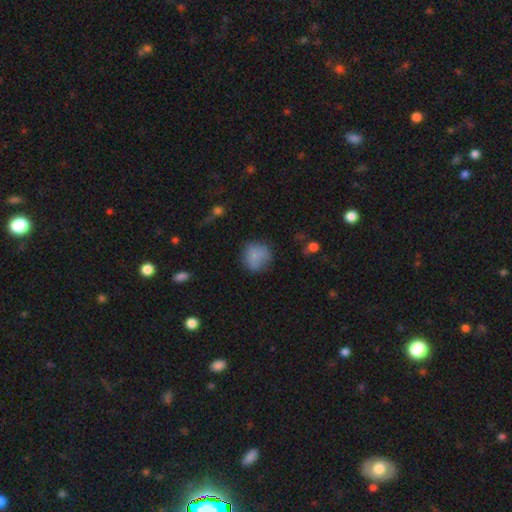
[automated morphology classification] Smooth or featured? Predicted: smooth (p=0.79). How rounded? Predicted: round (p=0.85). Merging? Predicted: none (p=0.68).